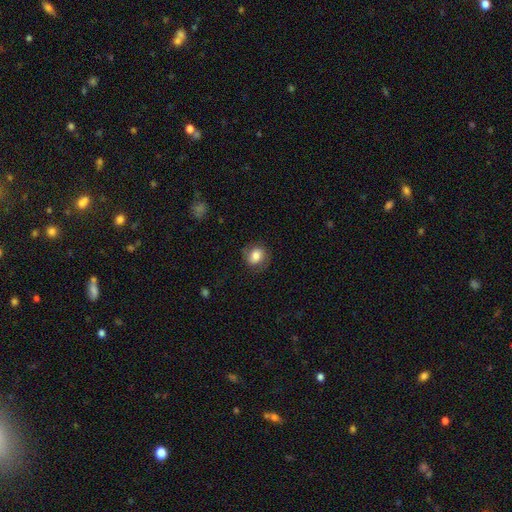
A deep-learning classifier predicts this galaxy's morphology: type=smooth (74%); roundness=round (65%); merging=none (75%).